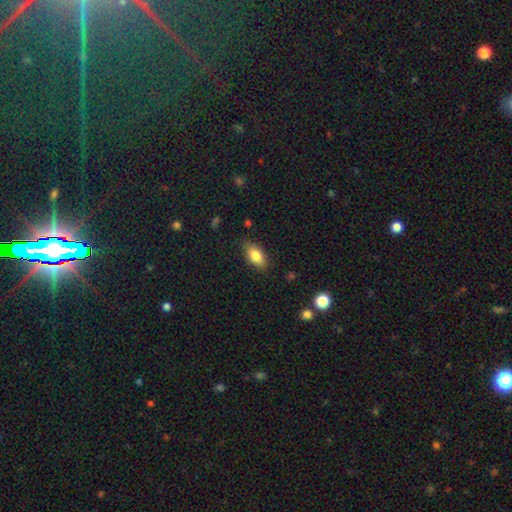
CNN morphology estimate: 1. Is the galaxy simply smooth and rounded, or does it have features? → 81% smooth, 11% featured or disk, 8% star or artifact.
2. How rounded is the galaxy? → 89% in between, 6% cigar-shaped, 5% round.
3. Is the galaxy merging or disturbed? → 84% none, 12% minor disturbance, 3% major disturbance, 1% merger.